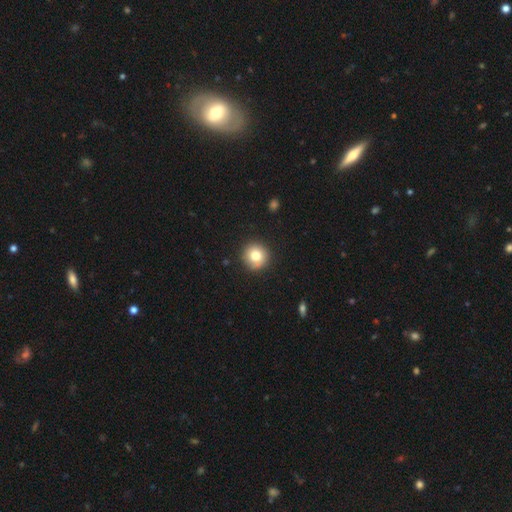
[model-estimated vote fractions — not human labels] smooth 79%, featured or disk 11%, star or artifact 10%. Down the decision tree: how rounded — round (94%); merging — none (88%).